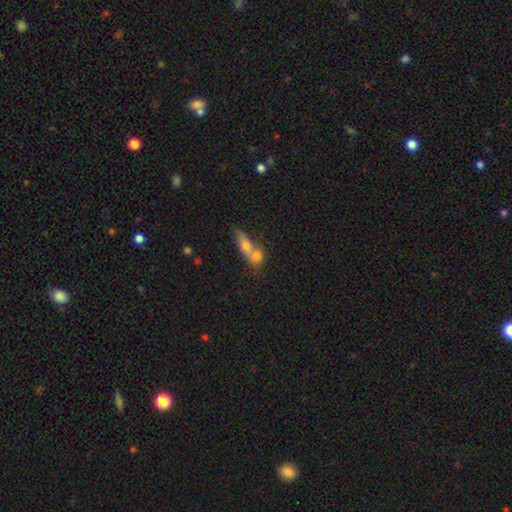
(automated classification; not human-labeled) The model was most divided on "how rounded": in between: 51%, round: 34%, cigar-shaped: 15%. More confident: smooth or featured — smooth (71%); merging — merger (70%).